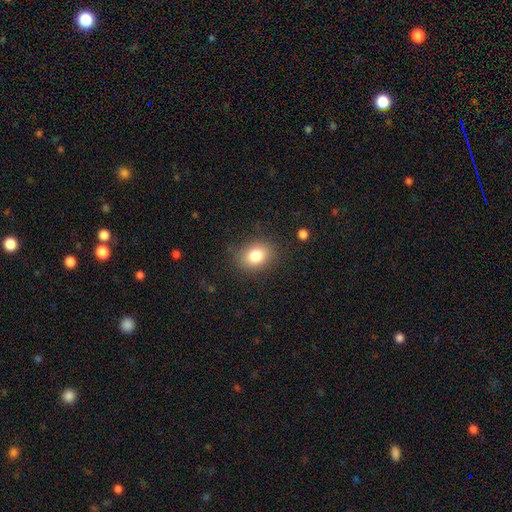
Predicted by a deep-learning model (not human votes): Smooth or featured: smooth — 81% (star or artifact — 10%)
How rounded: in between — 59% (round — 40%)
Merging: none — 83% (minor disturbance — 12%)